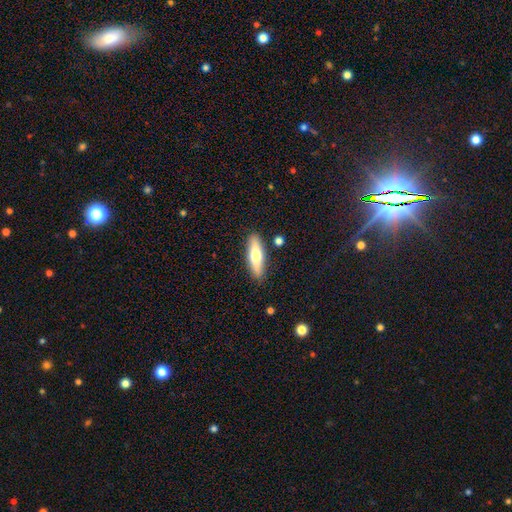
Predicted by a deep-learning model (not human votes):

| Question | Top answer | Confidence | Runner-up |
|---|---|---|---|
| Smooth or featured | smooth | 60% | featured or disk (34%) |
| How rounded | cigar-shaped | 60% | in between (38%) |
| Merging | none | 86% | minor disturbance (9%) |